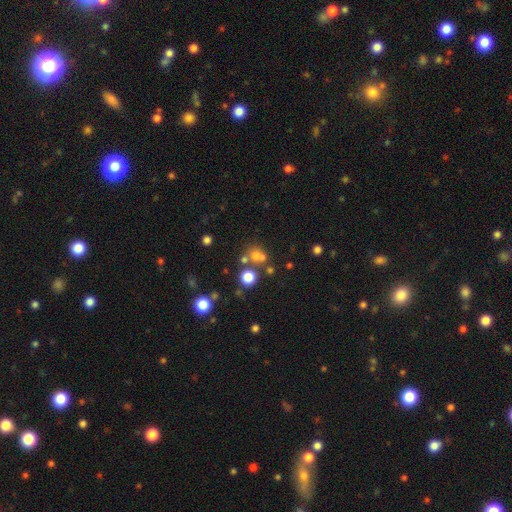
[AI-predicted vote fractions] This is likely a smooth galaxy (64%). How rounded: clearly round (83%). Merging: possibly none (56%).